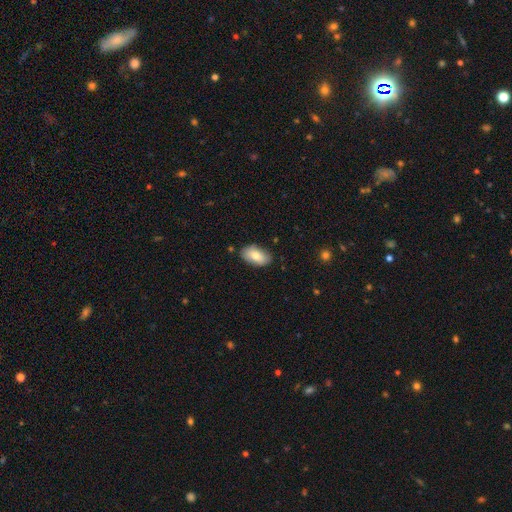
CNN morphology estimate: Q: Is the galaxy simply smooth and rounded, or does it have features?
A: smooth — 79%.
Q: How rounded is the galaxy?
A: in between — 94%.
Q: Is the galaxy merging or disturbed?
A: none — 81%.